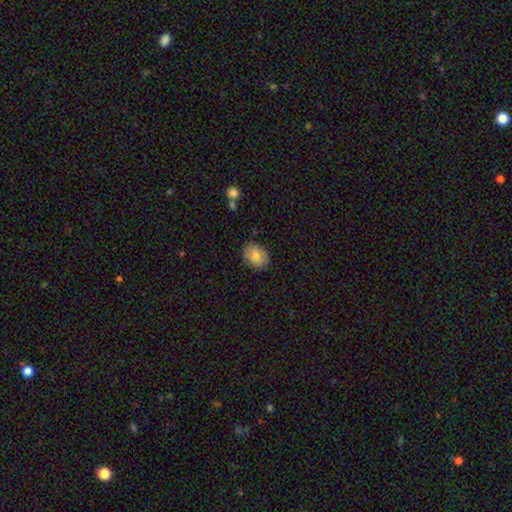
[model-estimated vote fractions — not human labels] Smooth or featured?
  - smooth: 78% *
  - featured or disk: 15%
  - star or artifact: 8%
How rounded?
  - in between: 66% *
  - round: 33%
  - cigar-shaped: 1%
Merging?
  - none: 85% *
  - minor disturbance: 11%
  - major disturbance: 2%
  - merger: 1%